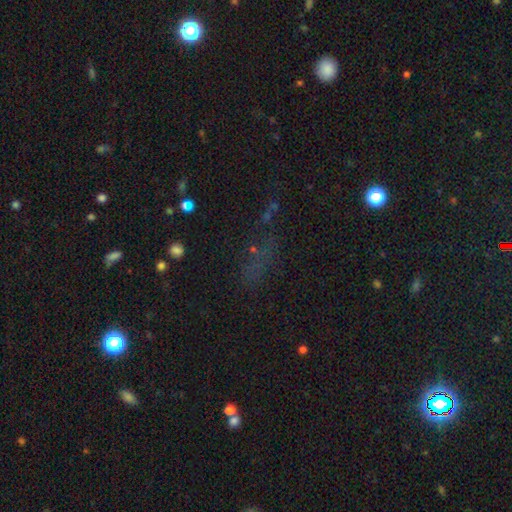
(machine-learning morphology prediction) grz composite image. It shows a star or artifact, not a galaxy (57%).